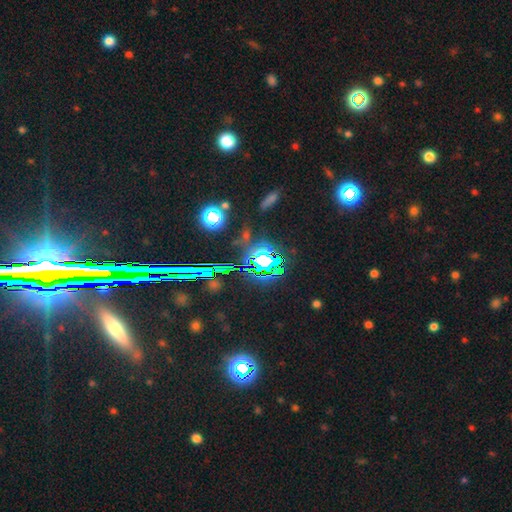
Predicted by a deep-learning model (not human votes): This is likely a star or artifact rather than a galaxy (79%).